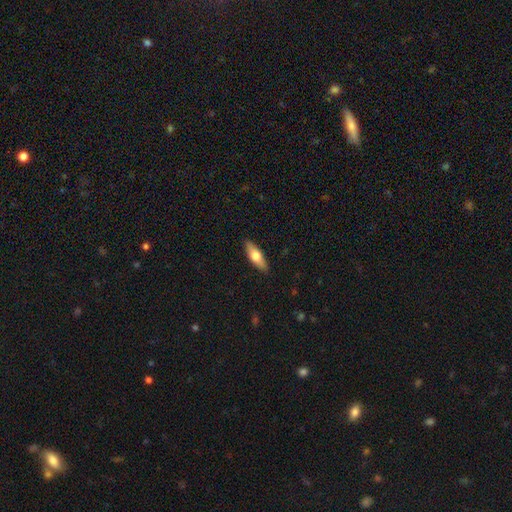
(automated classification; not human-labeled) smooth-or-featured: smooth: 62% | featured or disk: 33% | star or artifact: 5%
  how-rounded: in between: 56% | cigar-shaped: 41% | round: 3%
  merging: none: 89% | minor disturbance: 8% | major disturbance: 2% | merger: 1%